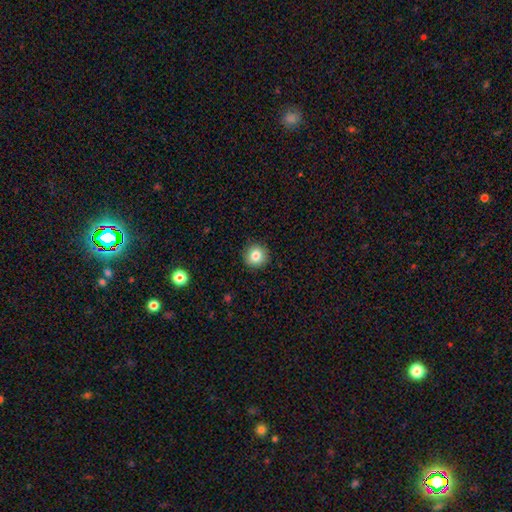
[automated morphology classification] smooth_or_featured: smooth (p=0.82) [alt: star or artifact p=0.10]
how_rounded: round (p=0.93) [alt: in between p=0.06]
merging: none (p=0.91) [alt: minor disturbance p=0.06]